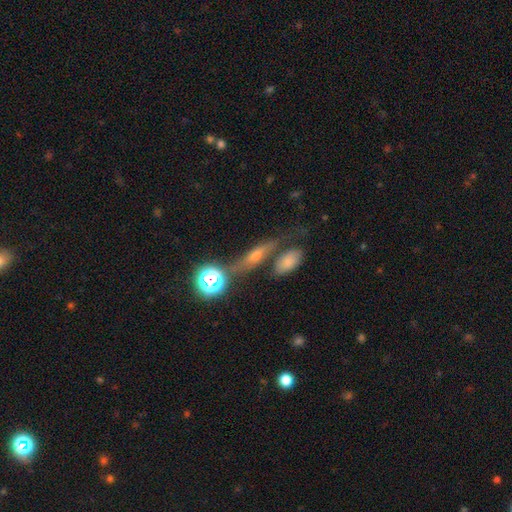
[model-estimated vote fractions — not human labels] Q: Smooth or featured?
A: featured or disk (46%); runner-up: smooth (33%)
Q: Merging?
A: none (61%); runner-up: merger (18%)